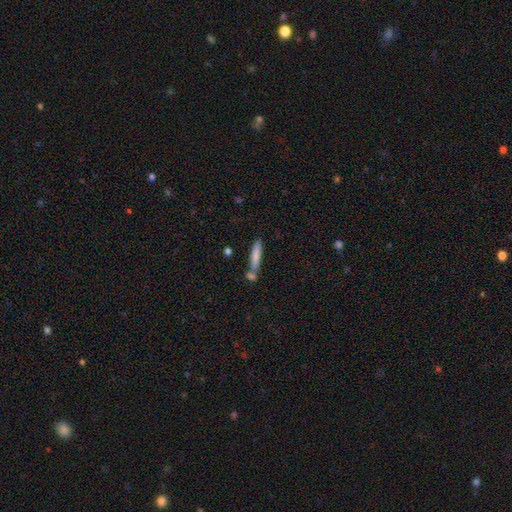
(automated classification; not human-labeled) A smooth galaxy with no disk features (77%) that is cigar-shaped (87%).

Vote fractions:
- Smooth or featured? smooth: 77% / featured or disk: 17% / star or artifact: 6%
- How rounded? cigar-shaped: 87% / in between: 11% / round: 2%
- Merging? none: 61% / merger: 23% / minor disturbance: 13% / major disturbance: 4%